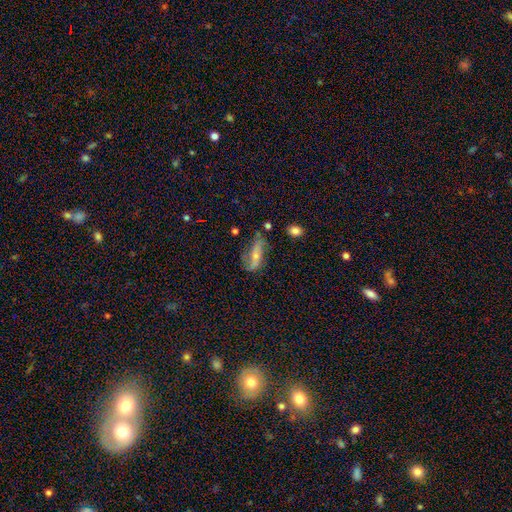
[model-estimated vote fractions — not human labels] Overall: featured or disk (58%; smooth 29%). Edge-on disk: no (73%). Merging: none (59%; minor disturbance 25%).